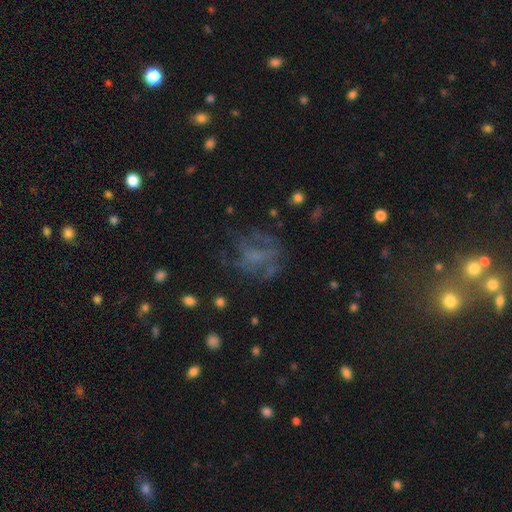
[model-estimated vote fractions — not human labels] Overall: featured or disk (46%; smooth 32%). Merging: none (51%; major disturbance 28%).